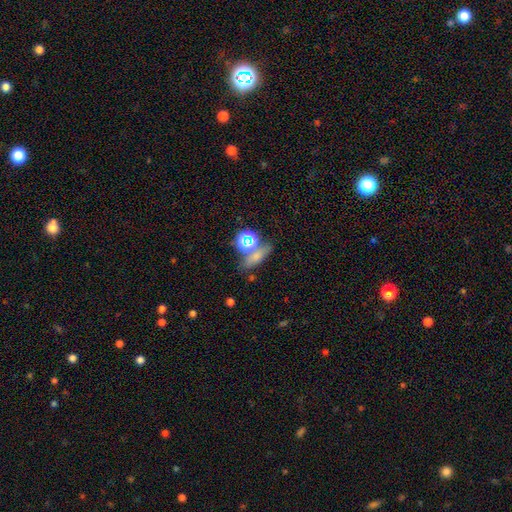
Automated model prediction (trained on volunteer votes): Smooth or featured? smooth (59%)
How rounded? in between (45%)
Merging? none (63%)